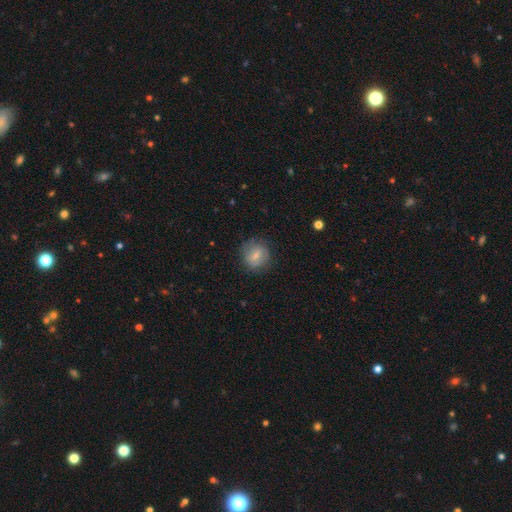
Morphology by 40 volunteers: Smooth or featured: smooth — 68% (featured or disk — 25%)
How rounded: round — 96% (in between — 4%)
Merging: none — 81% (minor disturbance — 11%)